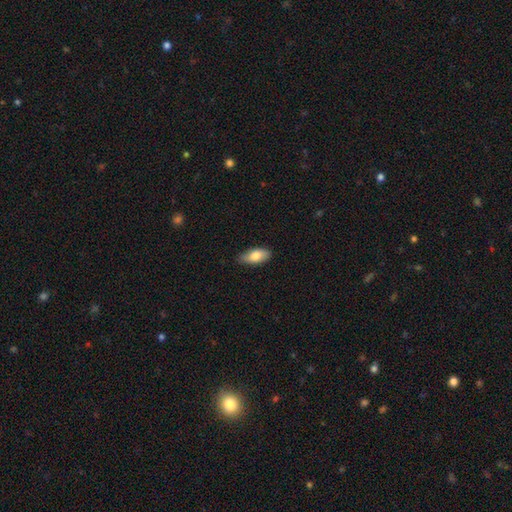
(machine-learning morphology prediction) Smooth or featured?
  - smooth: 79% *
  - featured or disk: 15%
  - star or artifact: 6%
How rounded?
  - in between: 88% *
  - cigar-shaped: 10%
  - round: 3%
Merging?
  - none: 82% *
  - minor disturbance: 15%
  - major disturbance: 2%
  - merger: 1%